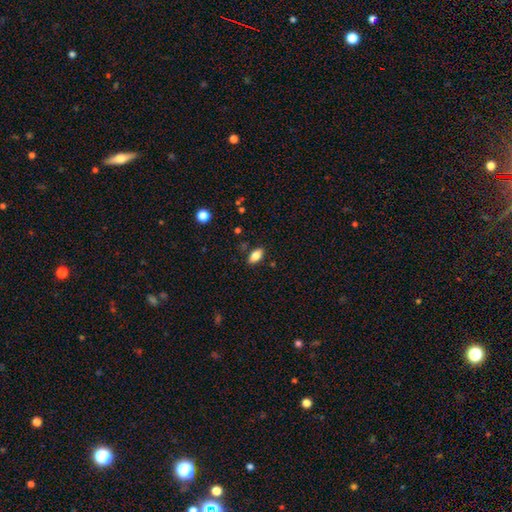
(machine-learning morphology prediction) This is clearly a smooth galaxy (83%). How rounded: clearly in between (90%). Merging: clearly none (86%).